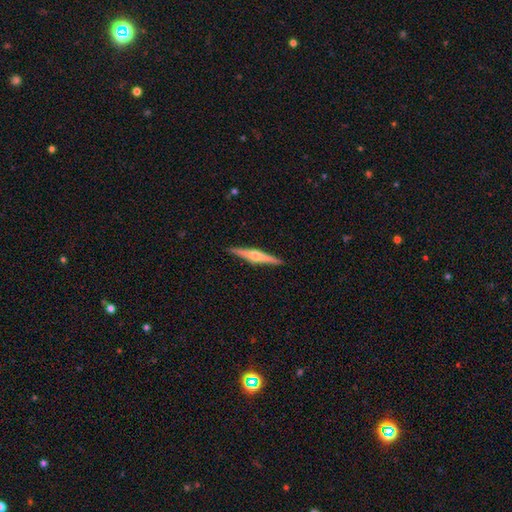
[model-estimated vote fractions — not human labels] A featured or disk galaxy (73%) viewed edge-on (98%) with a rounded central bulge (90%). Merging: none (91%).